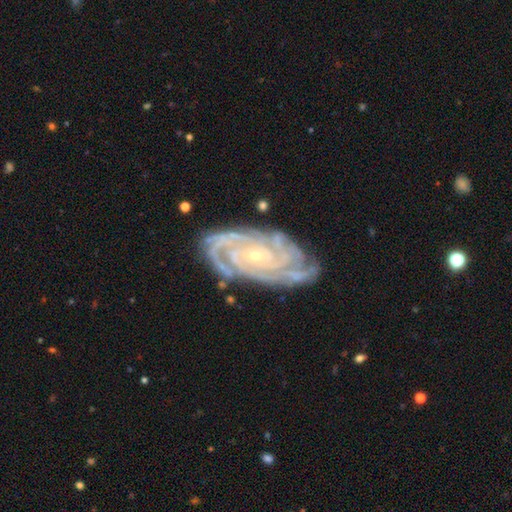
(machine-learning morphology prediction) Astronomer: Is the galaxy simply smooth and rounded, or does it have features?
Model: featured or disk — 91%.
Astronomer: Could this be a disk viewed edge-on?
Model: no — 96%.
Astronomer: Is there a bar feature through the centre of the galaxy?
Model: no — 60%.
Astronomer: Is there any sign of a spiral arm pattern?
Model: yes — 98%.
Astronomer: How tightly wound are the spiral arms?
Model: tight — 81%.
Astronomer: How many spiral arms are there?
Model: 4 — 27% (runner-up: 3, 24%).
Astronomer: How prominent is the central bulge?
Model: small — 81%.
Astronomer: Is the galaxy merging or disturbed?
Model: none — 77%.